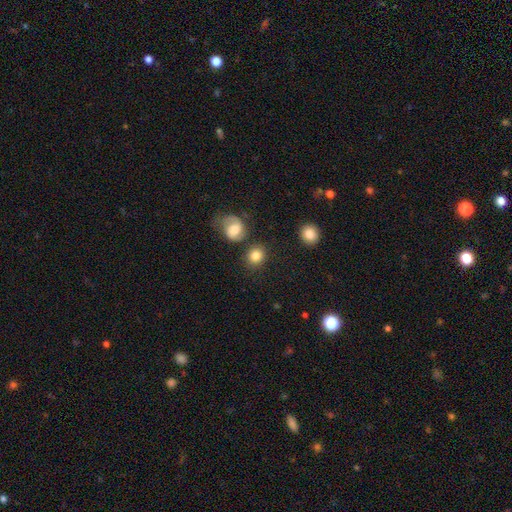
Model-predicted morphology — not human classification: Smooth or featured? Predicted: smooth (p=0.83). How rounded? Predicted: round (p=0.75). Merging? Predicted: none (p=0.77).